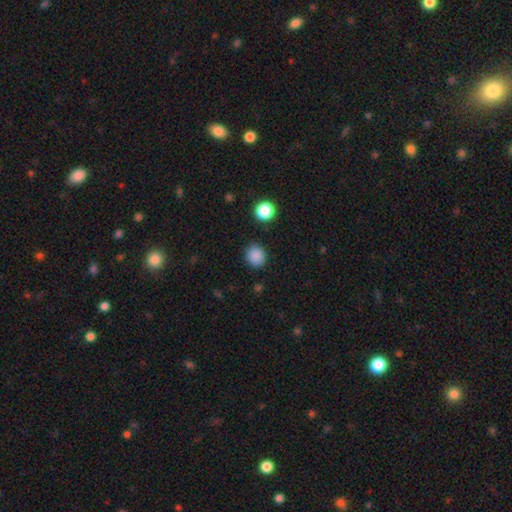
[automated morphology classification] smooth-or-featured: smooth: 86% | star or artifact: 11% | featured or disk: 3%
  how-rounded: round: 83% | in between: 16% | cigar-shaped: 1%
  merging: none: 87% | minor disturbance: 9% | major disturbance: 3% | merger: 2%